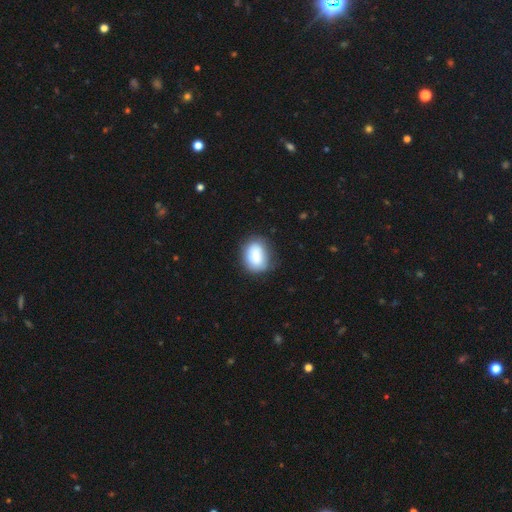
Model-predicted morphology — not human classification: A smooth galaxy with no disk features (84%) that is in between round and cigar-shaped (71%). Merging: none (71%).